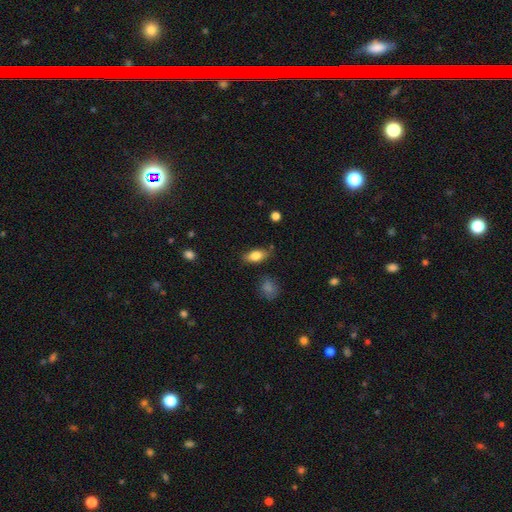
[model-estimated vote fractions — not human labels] Morphology: type=smooth (80%); roundness=in between (86%); merging=none (79%).